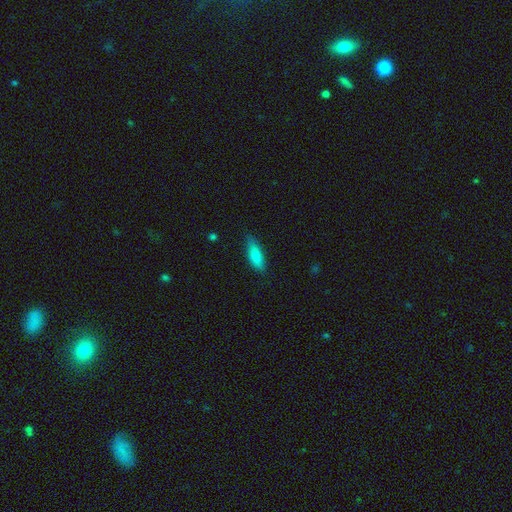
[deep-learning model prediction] smooth-or-featured: smooth: 82% | featured or disk: 11% | star or artifact: 6%
  how-rounded: in between: 56% | cigar-shaped: 42% | round: 2%
  merging: none: 76% | minor disturbance: 19% | major disturbance: 3% | merger: 1%